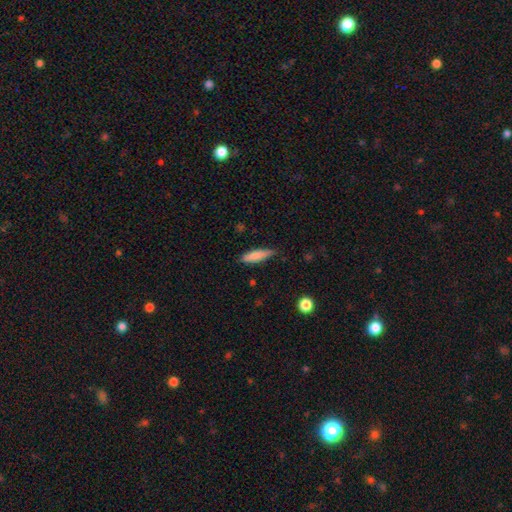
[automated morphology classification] Smooth or featured? smooth (80%)
How rounded? cigar-shaped (69%)
Merging? none (71%)